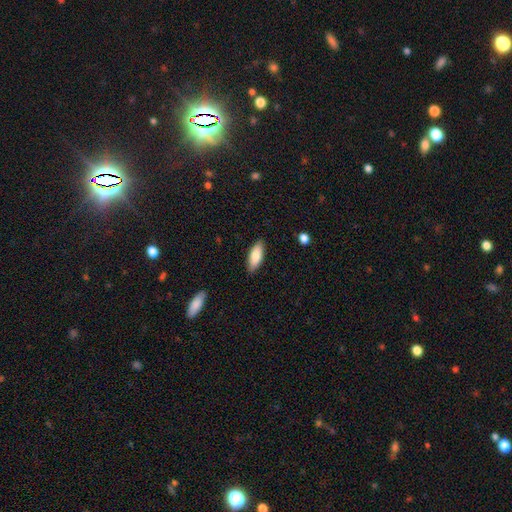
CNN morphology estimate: smooth 83%, featured or disk 11%, star or artifact 6%. Down the decision tree: how rounded — in between (77%); merging — none (86%).